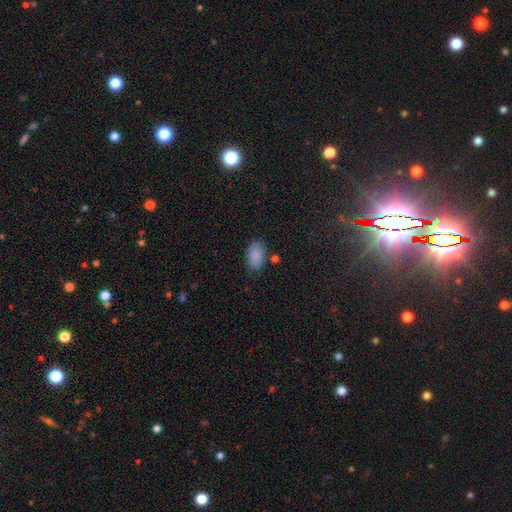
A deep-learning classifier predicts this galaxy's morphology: This appears to be a smooth galaxy with no disk features (88%) that is in between round and cigar-shaped (92%). Merging: none (78%).